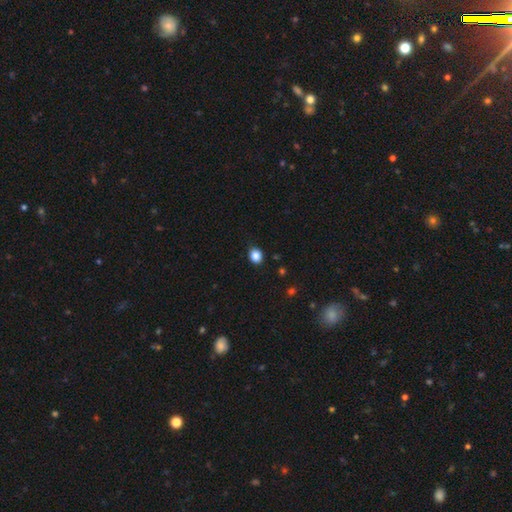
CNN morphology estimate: Smooth or featured? smooth (86%)
How rounded? round (59%)
Merging? none (87%)